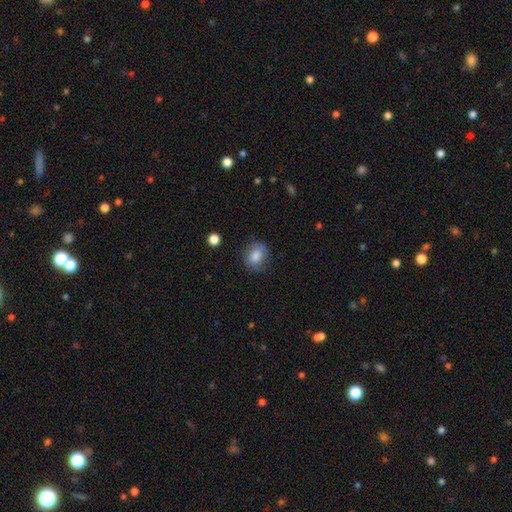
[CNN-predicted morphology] smooth 81%, featured or disk 10%, star or artifact 8%. Down the decision tree: how rounded — in between (54%); merging — none (77%).